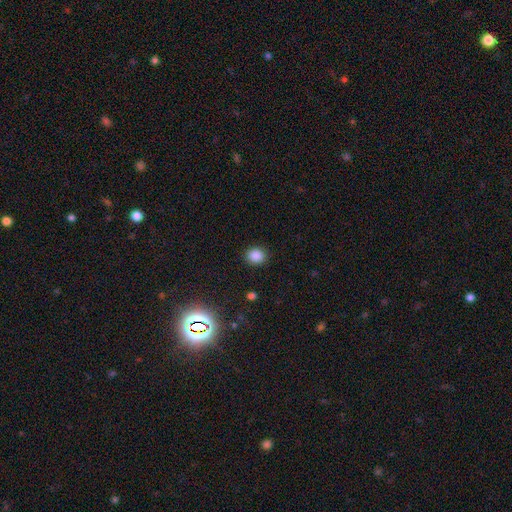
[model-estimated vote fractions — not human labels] A smooth galaxy with no disk features (86%) that is round (74%).

Vote fractions:
- Smooth or featured? smooth: 86% / star or artifact: 11% / featured or disk: 3%
- How rounded? round: 74% / in between: 25% / cigar-shaped: 1%
- Merging? none: 89% / minor disturbance: 7% / major disturbance: 2% / merger: 1%